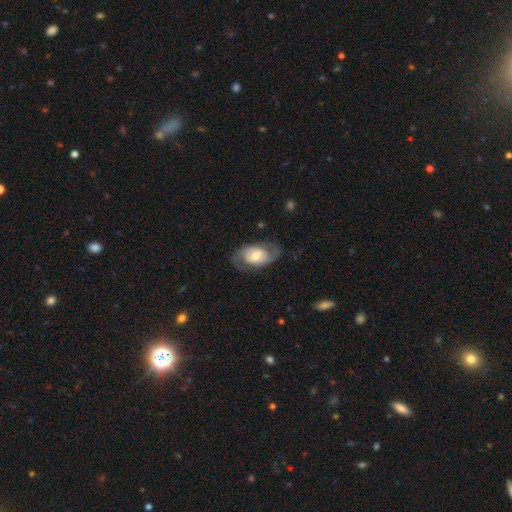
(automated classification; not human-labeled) This appears to be a featured or disk galaxy (63%) with no bar (50%), spiral arms (83%) and a moderate central bulge (54%). Merging: none (71%).